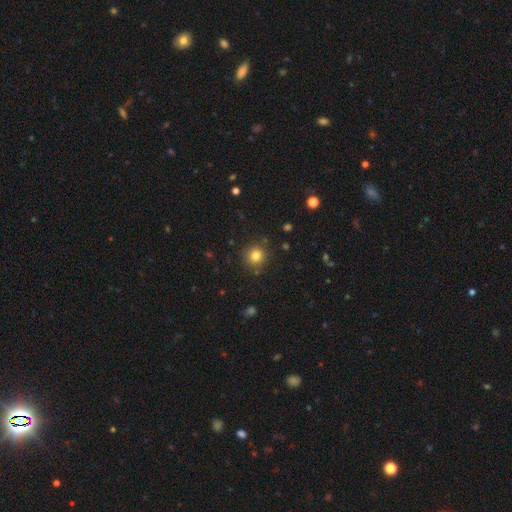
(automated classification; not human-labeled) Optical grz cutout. It shows a smooth galaxy with no disk features (81%) that is round (92%). Merging: none (88%).